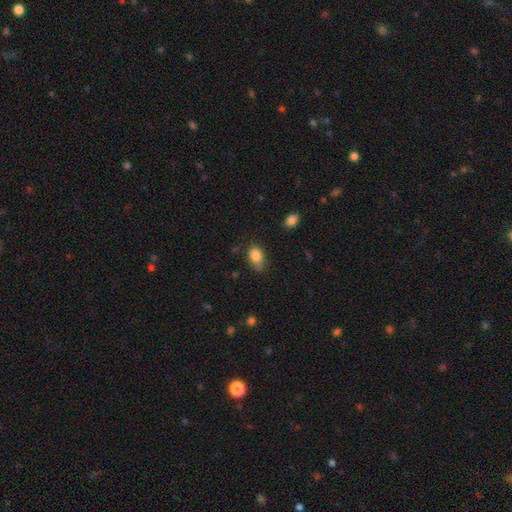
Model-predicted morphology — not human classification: smooth-or-featured: smooth: 85% | star or artifact: 8% | featured or disk: 6%
  how-rounded: in between: 82% | round: 16% | cigar-shaped: 2%
  merging: none: 64% | minor disturbance: 29% | major disturbance: 6% | merger: 2%